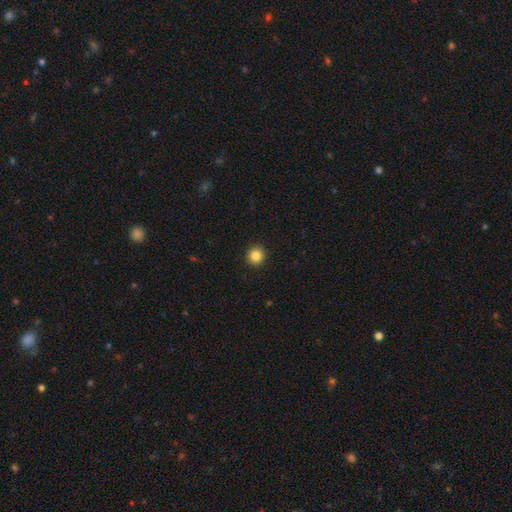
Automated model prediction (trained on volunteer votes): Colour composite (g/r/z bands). It shows a smooth galaxy with no disk features (85%) that is round (92%). Merging: none (93%).